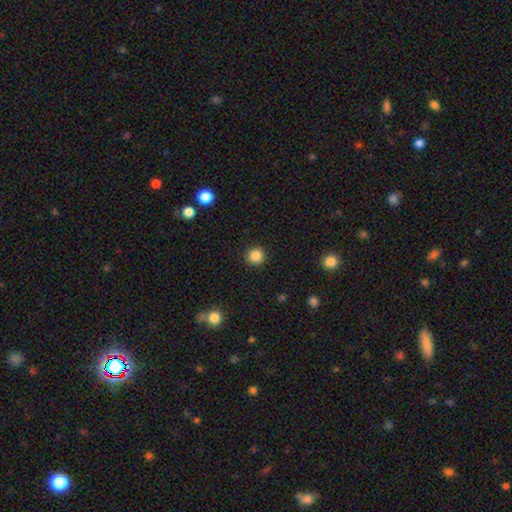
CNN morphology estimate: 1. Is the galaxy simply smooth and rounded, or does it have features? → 86% smooth, 11% star or artifact, 4% featured or disk.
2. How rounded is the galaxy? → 94% round, 5% in between, 1% cigar-shaped.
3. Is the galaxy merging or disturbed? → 92% none, 5% minor disturbance, 2% major disturbance, 1% merger.